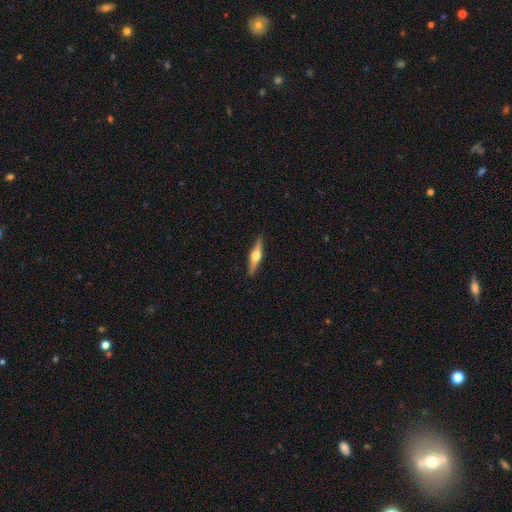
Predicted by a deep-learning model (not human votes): A featured or disk galaxy (67%) viewed edge-on (97%) with a rounded central bulge (94%). Merging: none (90%).